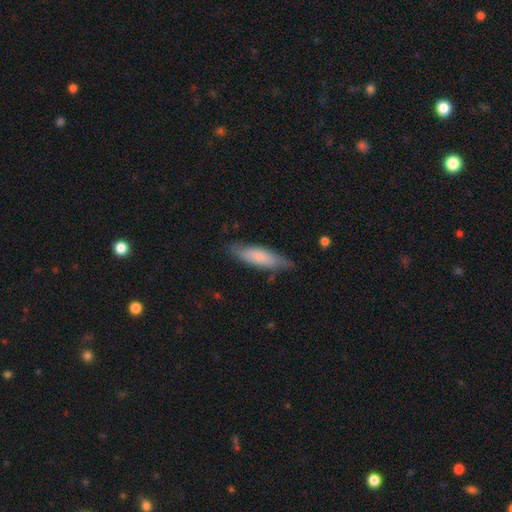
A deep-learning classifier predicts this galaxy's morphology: A smooth galaxy with no disk features (67%) that is cigar-shaped (60%). Merging: none (75%).